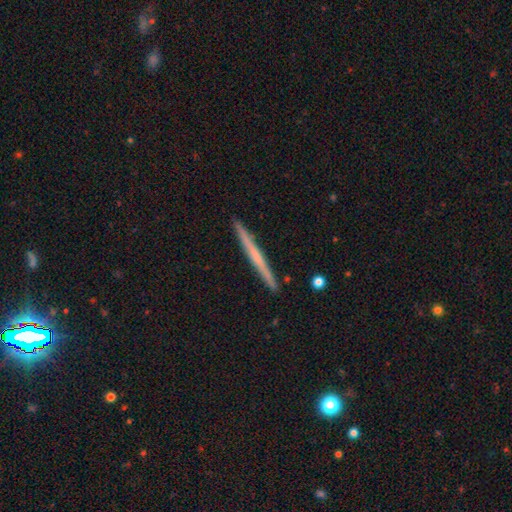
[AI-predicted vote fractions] Q: Smooth or featured?
A: featured or disk (53%); runner-up: smooth (41%)
Q: Edge-on disk?
A: yes (98%); runner-up: no (2%)
Q: Edge-on bulge?
A: none (77%); runner-up: rounded (17%)
Q: Merging?
A: none (93%); runner-up: minor disturbance (5%)